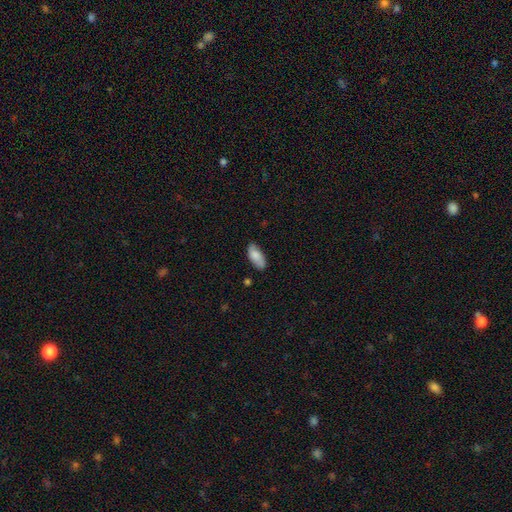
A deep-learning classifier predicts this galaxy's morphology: smooth 79%, featured or disk 15%, star or artifact 6%. Down the decision tree: how rounded — in between (87%); merging — none (77%).